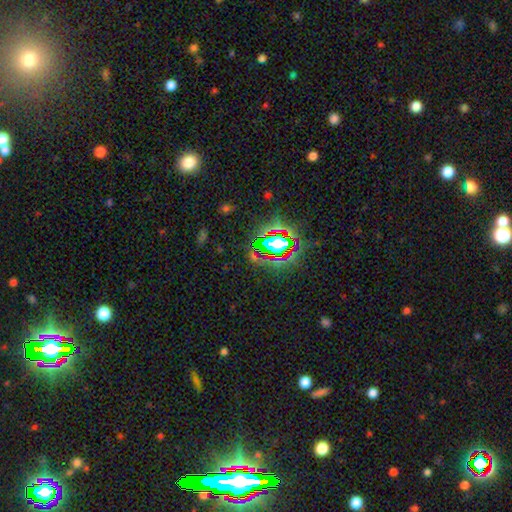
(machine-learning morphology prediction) Smooth or featured: star or artifact — 72% (smooth — 17%)